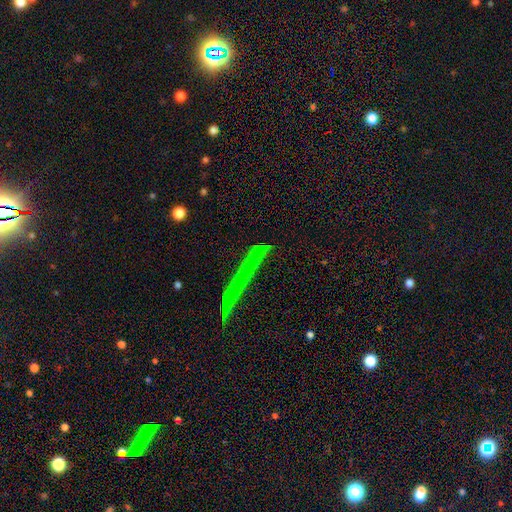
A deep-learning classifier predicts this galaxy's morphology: A star or artifact, not a galaxy (59%).

Vote fractions:
- Smooth or featured? star or artifact: 59% / featured or disk: 22% / smooth: 18%